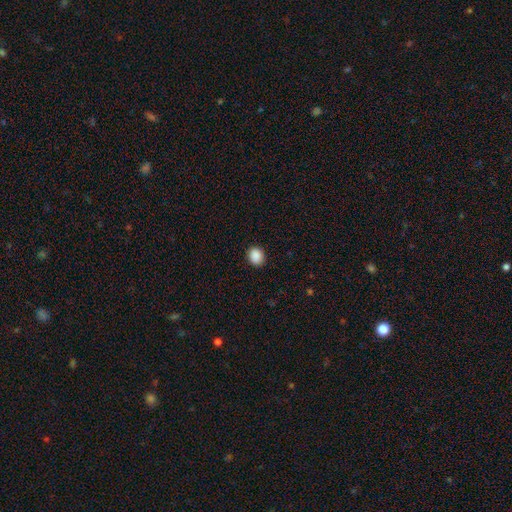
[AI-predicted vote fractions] Smooth or featured? smooth (89%)
How rounded? round (62%)
Merging? none (90%)